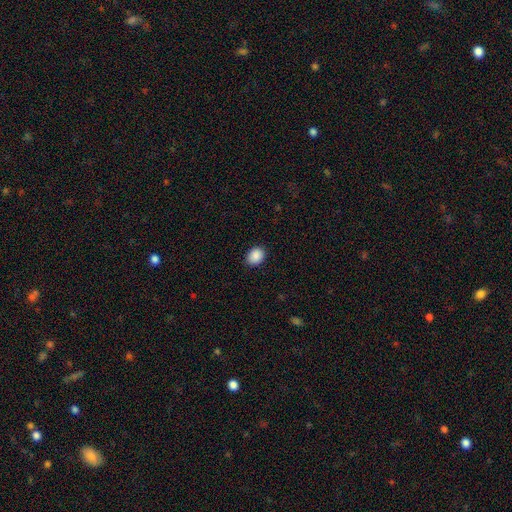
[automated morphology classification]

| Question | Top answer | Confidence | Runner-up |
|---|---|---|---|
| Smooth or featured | smooth | 89% | star or artifact (8%) |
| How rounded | in between | 52% | round (47%) |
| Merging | none | 88% | minor disturbance (9%) |